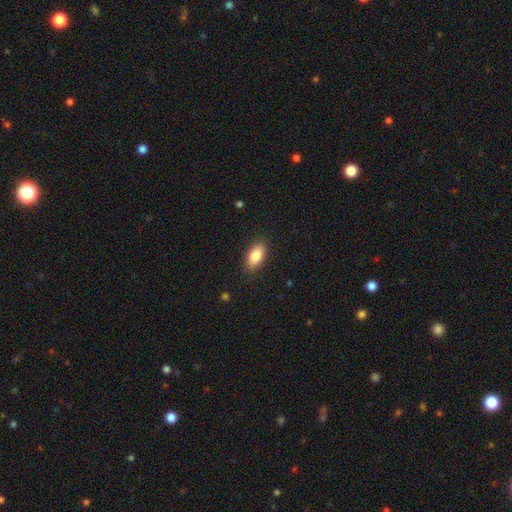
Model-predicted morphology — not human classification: A smooth galaxy with no disk features (84%) that is in between round and cigar-shaped (88%).

Vote fractions:
- Smooth or featured? smooth: 84% / featured or disk: 10% / star or artifact: 7%
- How rounded? in between: 88% / cigar-shaped: 8% / round: 4%
- Merging? none: 87% / minor disturbance: 10% / major disturbance: 2% / merger: 1%